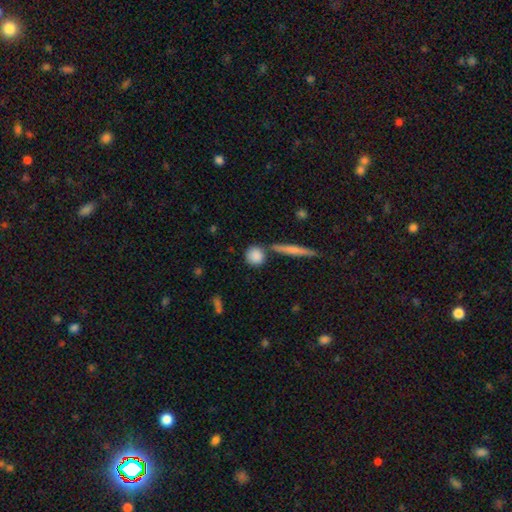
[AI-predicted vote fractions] smooth-or-featured: smooth: 85% | featured or disk: 8% | star or artifact: 7%
  how-rounded: round: 85% | in between: 10% | cigar-shaped: 5%
  merging: none: 72% | merger: 14% | minor disturbance: 10% | major disturbance: 3%